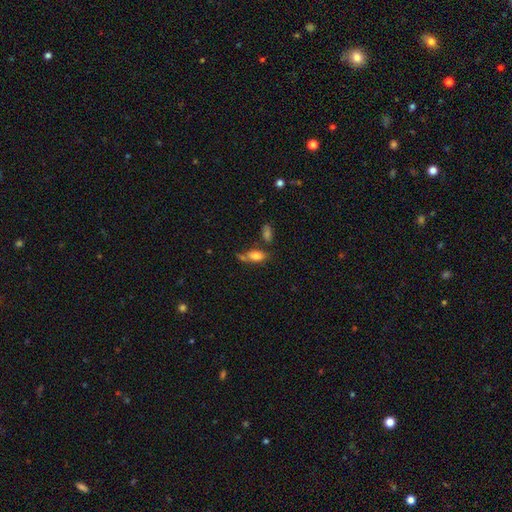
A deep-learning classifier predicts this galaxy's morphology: The model was most divided on "merging": none: 46%, merger: 23%, minor disturbance: 21%, major disturbance: 10%. More confident: how rounded — in between (85%); smooth or featured — smooth (75%).